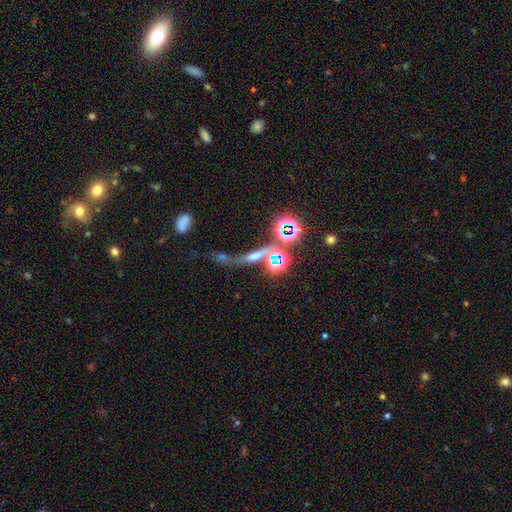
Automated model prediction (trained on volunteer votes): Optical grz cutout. It shows a star or artifact, not a galaxy (45%).